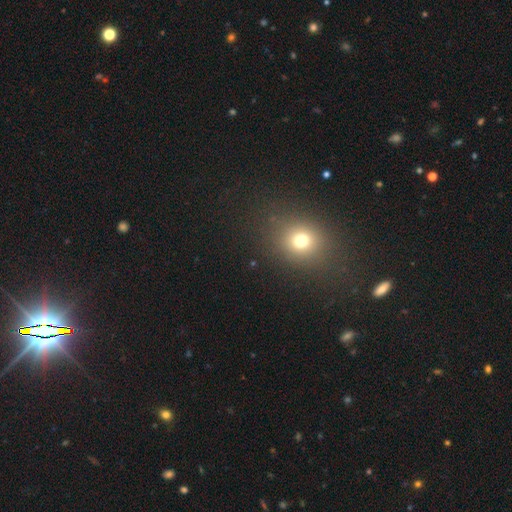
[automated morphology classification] smooth 51%, star or artifact 40%, featured or disk 9%. Down the decision tree: how rounded — round (58%); merging — none (87%).